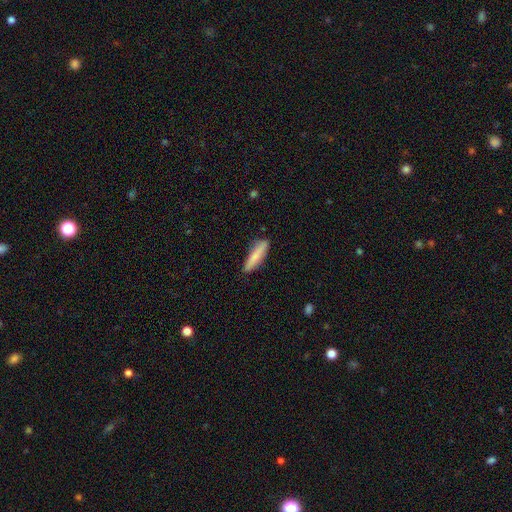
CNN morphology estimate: Smooth or featured? Predicted: smooth (p=0.78). How rounded? Predicted: cigar-shaped (p=0.80). Merging? Predicted: none (p=0.84).